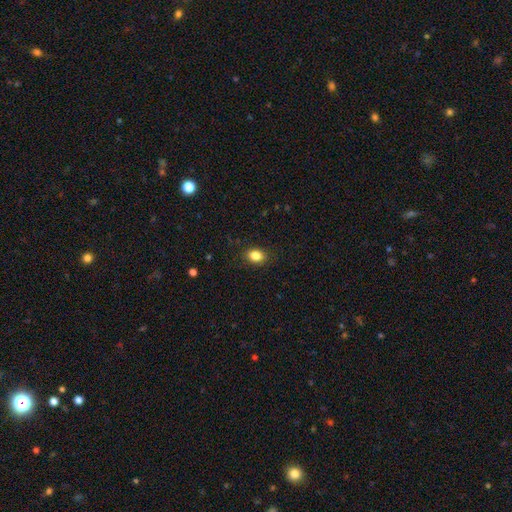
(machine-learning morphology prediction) Overall: smooth (85%). How rounded: in between (69%; round 30%). Merging: none (87%).